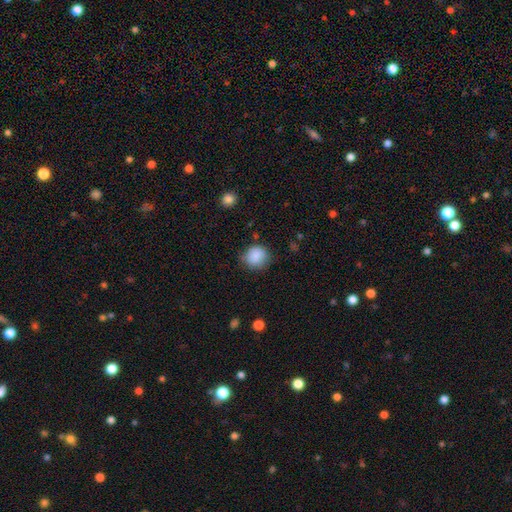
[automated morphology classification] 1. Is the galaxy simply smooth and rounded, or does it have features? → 86% smooth, 8% star or artifact, 5% featured or disk.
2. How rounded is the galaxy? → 86% round, 13% in between, 1% cigar-shaped.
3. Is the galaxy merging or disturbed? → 73% none, 20% minor disturbance, 5% major disturbance, 2% merger.